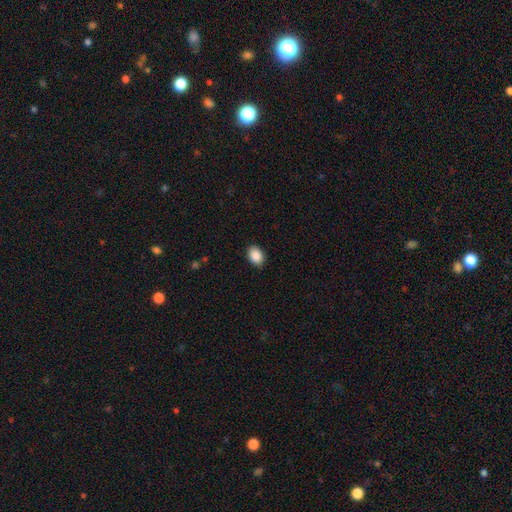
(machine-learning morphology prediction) smooth 89%, star or artifact 7%, featured or disk 3%. Down the decision tree: how rounded — in between (77%); merging — none (89%).